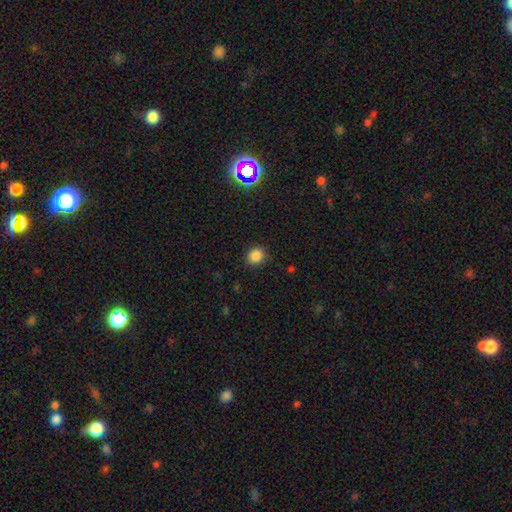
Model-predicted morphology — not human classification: This is clearly a smooth galaxy (85%). How rounded: likely round (77%). Merging: clearly none (86%).